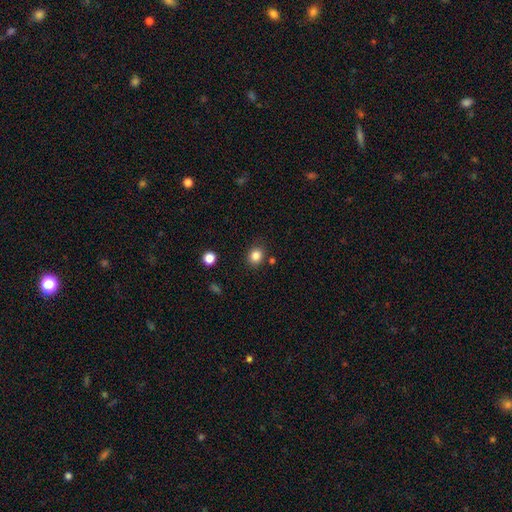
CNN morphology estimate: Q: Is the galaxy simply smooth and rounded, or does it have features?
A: smooth — 84%.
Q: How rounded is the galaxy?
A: round — 72%.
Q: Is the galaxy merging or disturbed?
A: none — 84%.